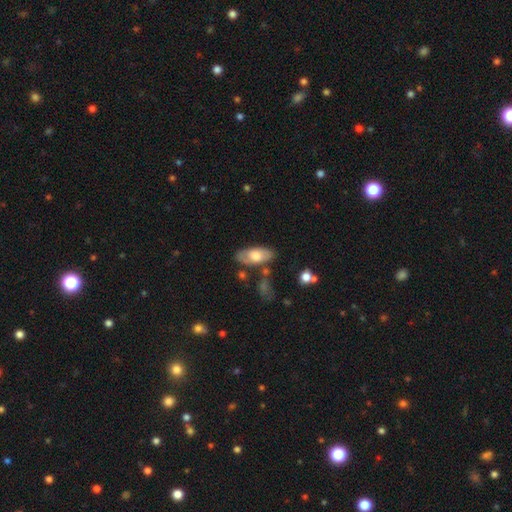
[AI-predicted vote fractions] smooth-or-featured: smooth: 62% | featured or disk: 33% | star or artifact: 6%
  how-rounded: in between: 88% | cigar-shaped: 9% | round: 3%
  merging: none: 71% | minor disturbance: 17% | merger: 6% | major disturbance: 5%